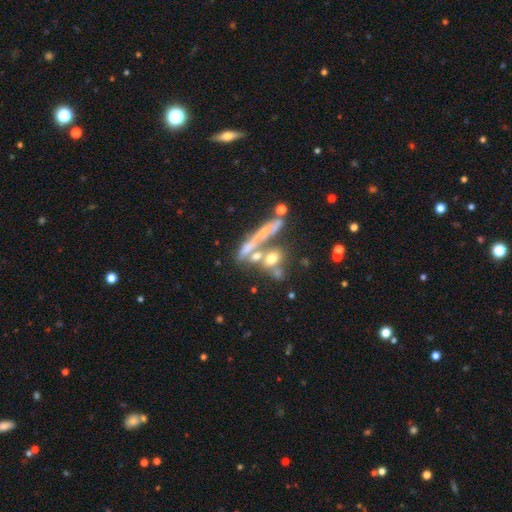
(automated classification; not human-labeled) smooth-or-featured: smooth: 50% | featured or disk: 36% | star or artifact: 14%
  merging: merger: 44% | none: 34% | minor disturbance: 12% | major disturbance: 10%